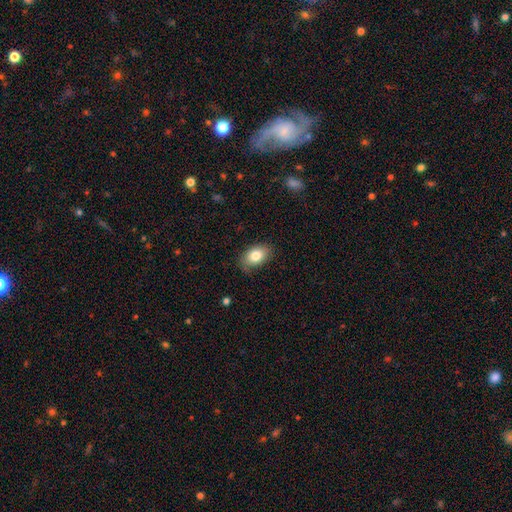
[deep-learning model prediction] Q: Smooth or featured?
A: smooth (82%); runner-up: featured or disk (10%)
Q: How rounded?
A: in between (88%); runner-up: round (11%)
Q: Merging?
A: none (80%); runner-up: minor disturbance (16%)